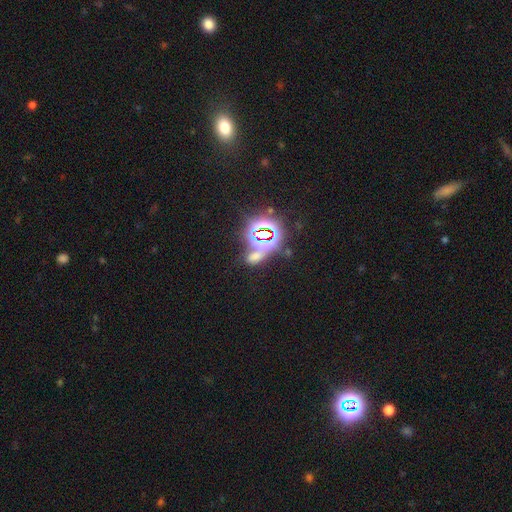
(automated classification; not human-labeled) smooth-or-featured: star or artifact: 55% | smooth: 35% | featured or disk: 9%